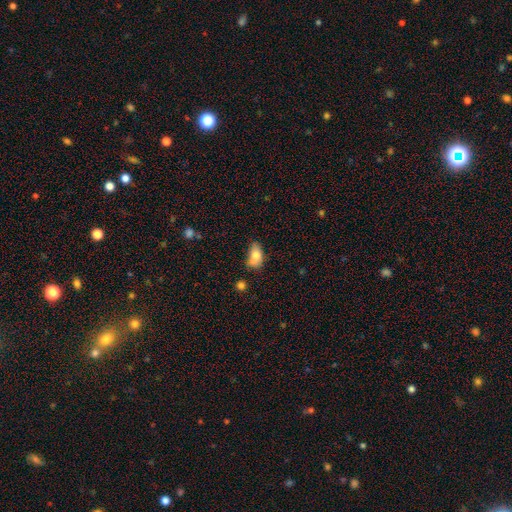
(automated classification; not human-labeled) Overall: smooth (76%). How rounded: in between (89%). Merging: none (41%; minor disturbance 38%).